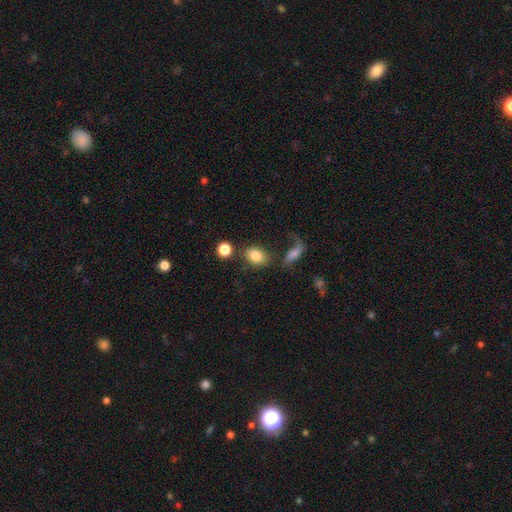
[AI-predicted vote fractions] This appears to be a smooth galaxy with no disk features (82%) that is in between round and cigar-shaped (68%). Merging: none (66%).